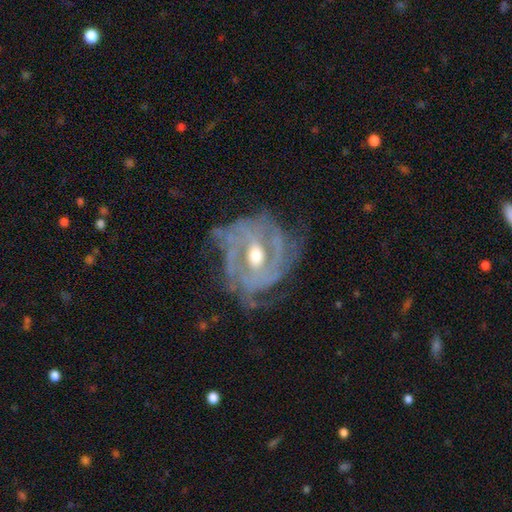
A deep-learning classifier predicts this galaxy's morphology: Overall: featured or disk (87%). Edge-on disk: no (96%). Bar: weak (40%; no 39%). Spiral arms: yes (90%). Spiral arm count: can't tell (29%; 2 28%). Spiral winding: tight (53%; medium 35%). Bulge size: moderate (72%). Merging: none (57%; minor disturbance 24%).